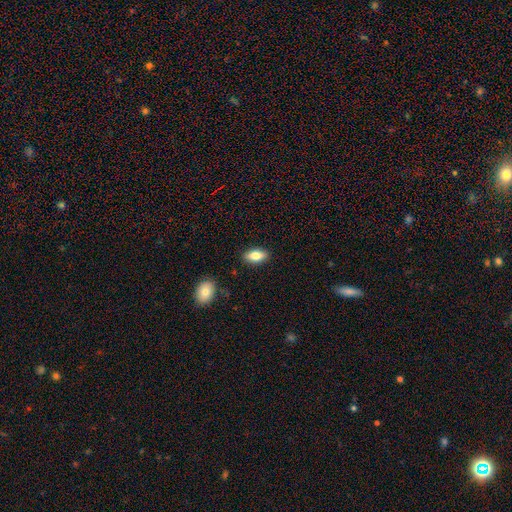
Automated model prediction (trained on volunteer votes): This is likely a smooth galaxy (78%). How rounded: clearly in between (88%). Merging: clearly none (88%).